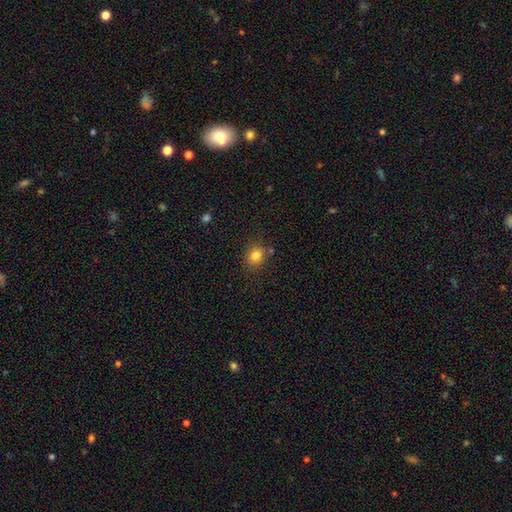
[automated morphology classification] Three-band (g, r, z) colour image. It shows a smooth galaxy with no disk features (82%) that is round (73%). Merging: none (80%).